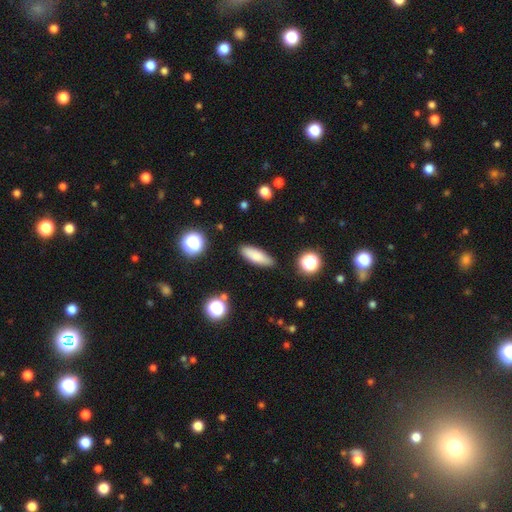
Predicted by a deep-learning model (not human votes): Smooth or featured? Predicted: smooth (p=0.81). How rounded? Predicted: in between (p=0.52). Merging? Predicted: none (p=0.87).